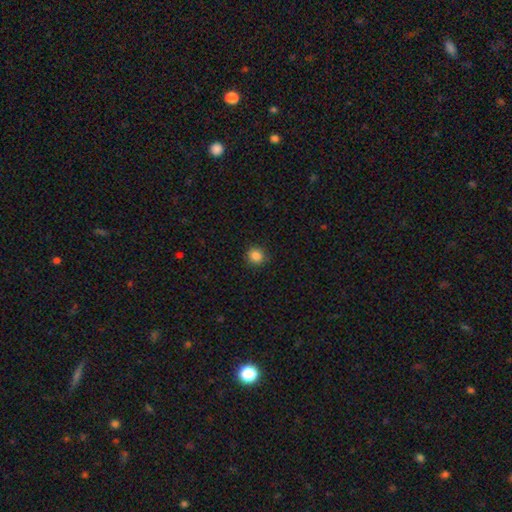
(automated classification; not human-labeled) Q: Smooth or featured?
A: smooth (86%); runner-up: star or artifact (11%)
Q: How rounded?
A: round (89%); runner-up: in between (10%)
Q: Merging?
A: none (87%); runner-up: minor disturbance (10%)